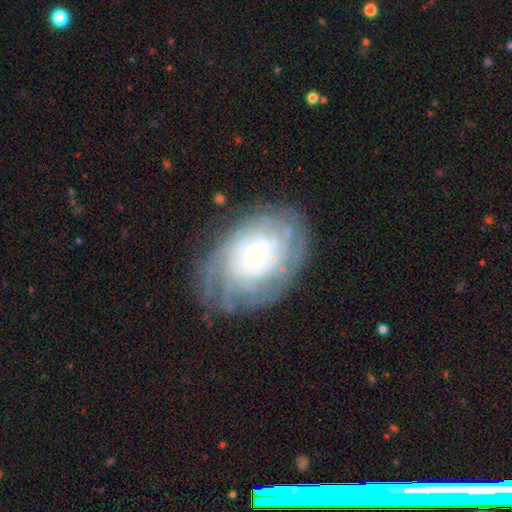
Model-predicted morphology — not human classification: smooth_or_featured: featured or disk (p=0.78) [alt: smooth p=0.14]
disk_edge_on: no (p=0.96) [alt: yes p=0.04]
bar: no (p=0.82) [alt: weak p=0.14]
has_spiral_arms: yes (p=0.88) [alt: no p=0.12]
spiral_winding: tight (p=0.73) [alt: medium p=0.19]
spiral_arm_count: can't tell (p=0.46) [alt: more than 4 p=0.20]
bulge_size: small (p=0.73) [alt: moderate p=0.21]
merging: none (p=0.73) [alt: minor disturbance p=0.17]